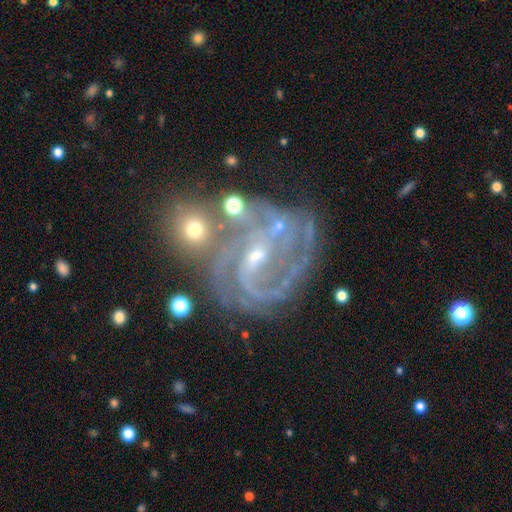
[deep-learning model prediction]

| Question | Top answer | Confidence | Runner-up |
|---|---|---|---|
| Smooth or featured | featured or disk | 88% | star or artifact (8%) |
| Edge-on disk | no | 98% | yes (2%) |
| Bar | weak | 45% | strong (33%) |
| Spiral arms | yes | 97% | no (3%) |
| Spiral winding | tight | 55% | medium (37%) |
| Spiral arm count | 2 | 29% | 3 (27%) |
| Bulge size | small | 74% | moderate (20%) |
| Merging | none | 59% | minor disturbance (18%) |